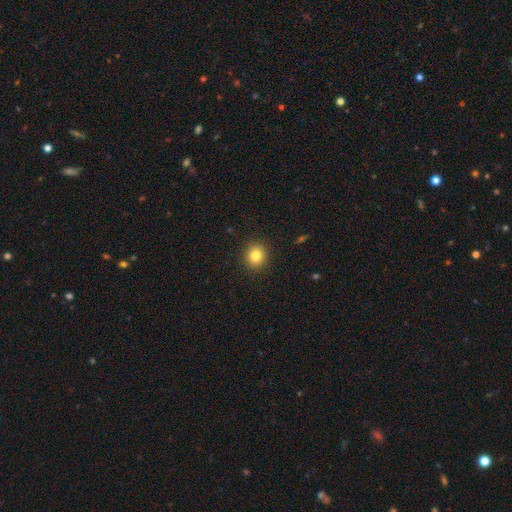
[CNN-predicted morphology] smooth 83%, star or artifact 11%, featured or disk 7%. Down the decision tree: how rounded — round (81%); merging — none (91%).